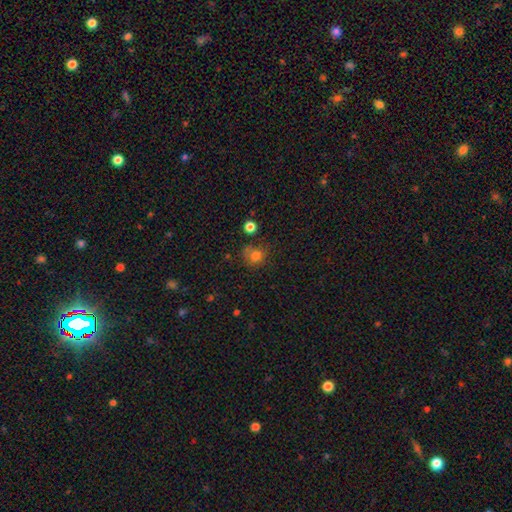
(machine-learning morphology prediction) This is likely a smooth galaxy (77%). How rounded: clearly round (80%). Merging: likely none (63%).